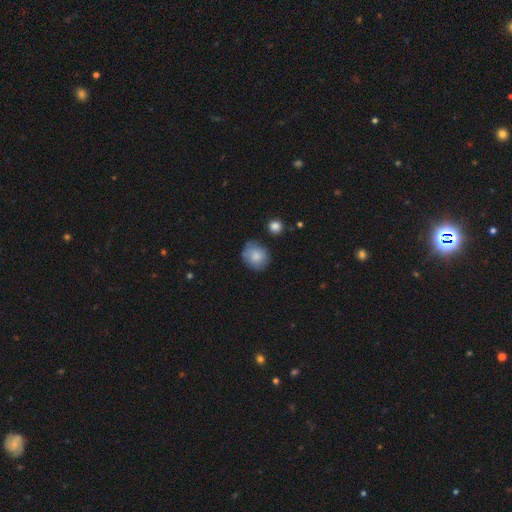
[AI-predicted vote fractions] smooth_or_featured: smooth (p=0.82) [alt: featured or disk p=0.11]
how_rounded: round (p=0.72) [alt: in between p=0.27]
merging: none (p=0.68) [alt: minor disturbance p=0.23]